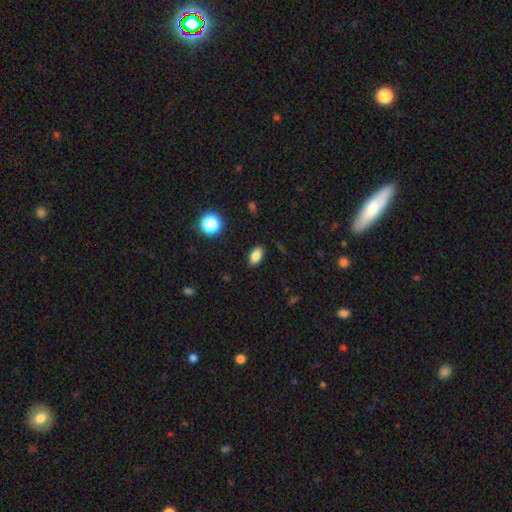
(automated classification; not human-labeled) smooth-or-featured: smooth: 82% | star or artifact: 11% | featured or disk: 7%
  how-rounded: in between: 88% | round: 6% | cigar-shaped: 6%
  merging: none: 88% | minor disturbance: 9% | major disturbance: 2% | merger: 1%